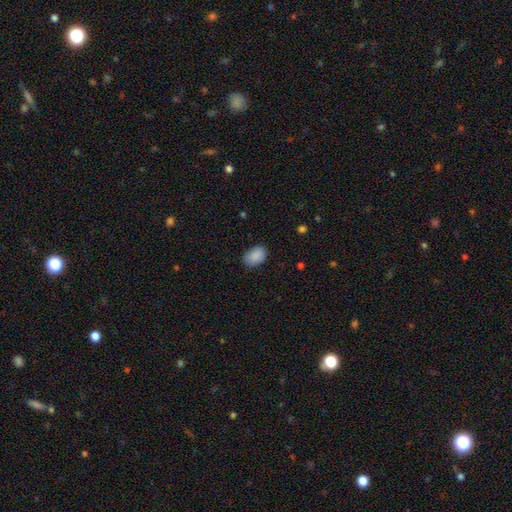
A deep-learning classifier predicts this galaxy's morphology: This appears to be a smooth galaxy with no disk features (89%) that is in between round and cigar-shaped (84%). Merging: none (78%).